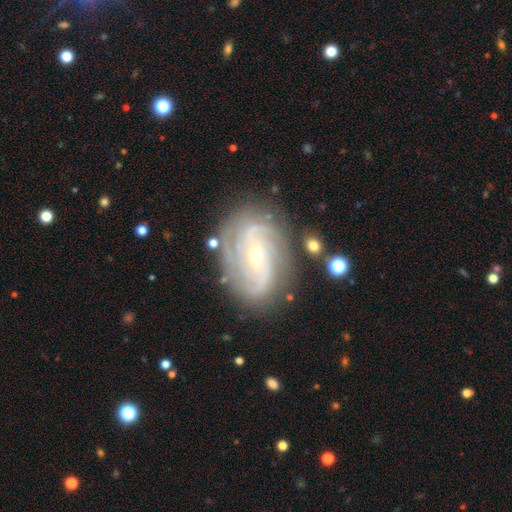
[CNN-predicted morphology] Smooth or featured?
  - featured or disk: 86% *
  - smooth: 8%
  - star or artifact: 7%
Edge-on disk?
  - no: 96% *
  - yes: 4%
Bar?
  - no: 57% *
  - weak: 31%
  - strong: 12%
Spiral arms?
  - yes: 96% *
  - no: 4%
Spiral winding?
  - tight: 53% *
  - medium: 36%
  - loose: 11%
Spiral arm count?
  - 2: 31% *
  - 3: 23%
  - can't tell: 23%
  - 4: 12%
  - more than 4: 6%
  - 1: 5%
Bulge size?
  - small: 75% *
  - moderate: 22%
  - large: 1%
  - none: 1%
  - dominant: 1%
Merging?
  - none: 77% *
  - minor disturbance: 15%
  - major disturbance: 5%
  - merger: 2%